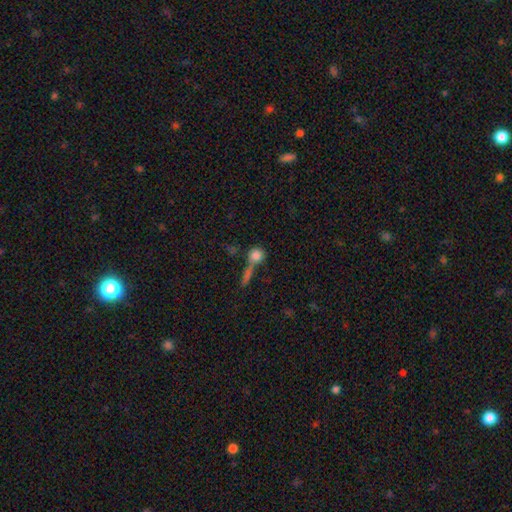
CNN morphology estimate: Smooth or featured?
  - smooth: 77% *
  - star or artifact: 12%
  - featured or disk: 11%
How rounded?
  - round: 84% *
  - in between: 11%
  - cigar-shaped: 5%
Merging?
  - none: 48% *
  - merger: 35%
  - minor disturbance: 10%
  - major disturbance: 8%